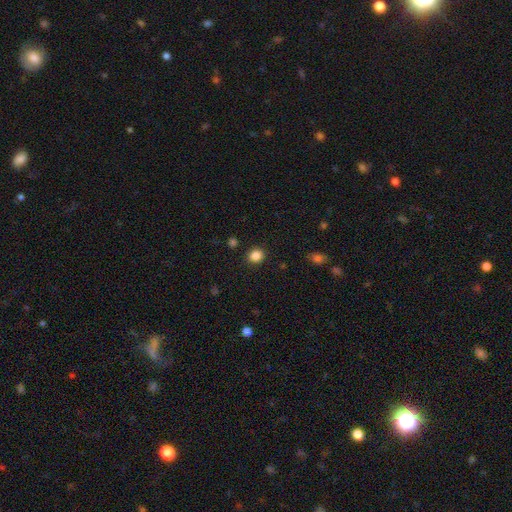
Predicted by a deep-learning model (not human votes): Smooth or featured: smooth — 85% (star or artifact — 11%)
How rounded: round — 81% (in between — 18%)
Merging: none — 90% (minor disturbance — 6%)